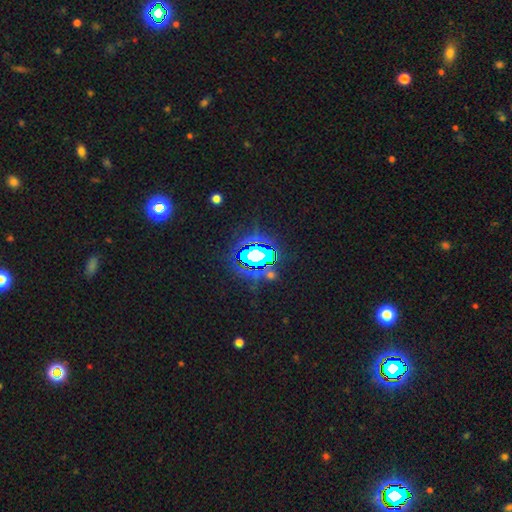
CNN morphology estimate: A star or artifact, not a galaxy (73%).